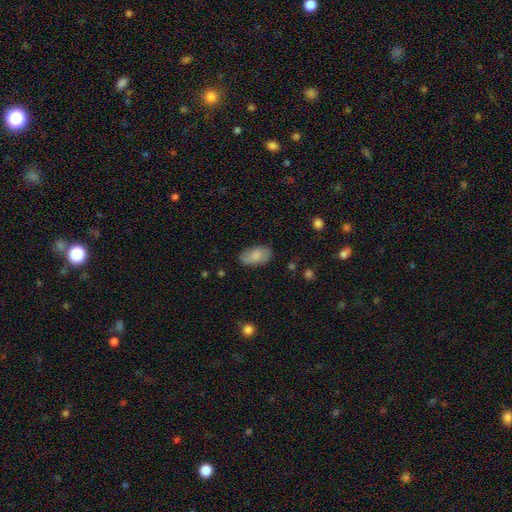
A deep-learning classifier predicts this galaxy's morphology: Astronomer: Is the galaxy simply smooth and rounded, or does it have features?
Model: smooth — 77%.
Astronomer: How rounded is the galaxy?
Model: in between — 94%.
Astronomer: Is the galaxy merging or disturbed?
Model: none — 76%.